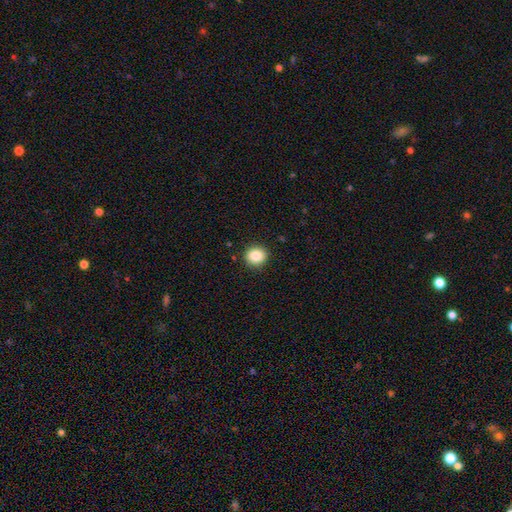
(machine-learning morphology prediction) Q: Smooth or featured?
A: smooth (87%); runner-up: star or artifact (9%)
Q: How rounded?
A: round (80%); runner-up: in between (19%)
Q: Merging?
A: none (90%); runner-up: minor disturbance (7%)